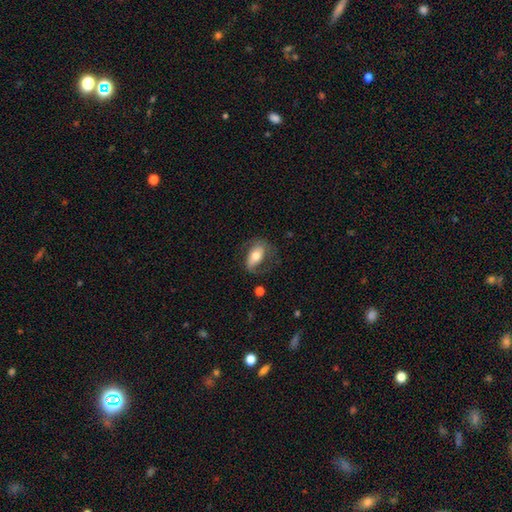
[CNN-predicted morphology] This is possibly a smooth galaxy (54%). How rounded: clearly in between (88%). Merging: possibly none (53%).